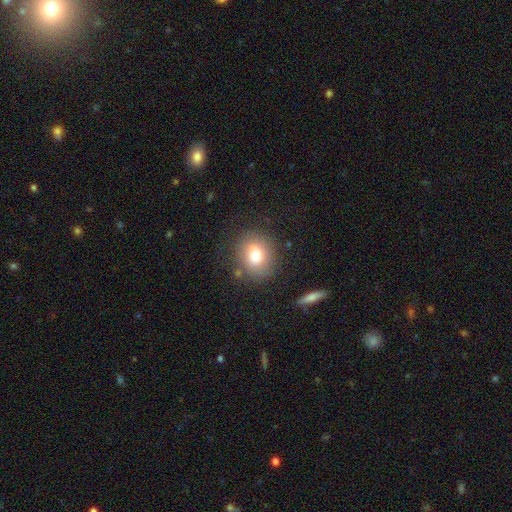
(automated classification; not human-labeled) This is likely a smooth galaxy (74%). How rounded: likely round (68%). Merging: likely none (79%).